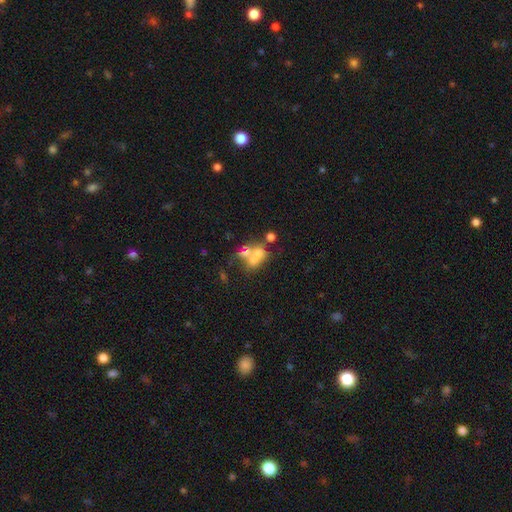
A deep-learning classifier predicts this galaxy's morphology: The model was most divided on "smooth or featured": smooth: 49%, featured or disk: 34%, star or artifact: 18%. More confident: merging — merger (54%).